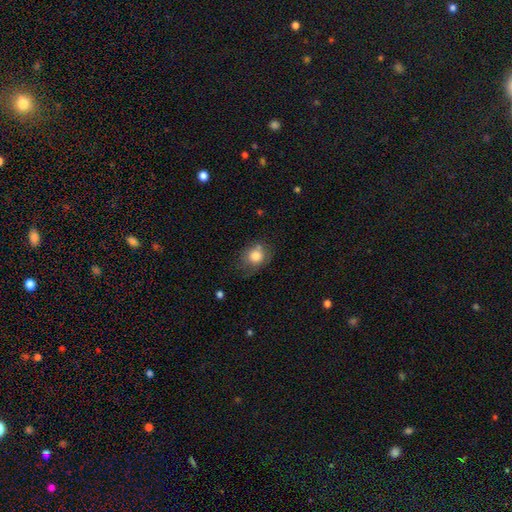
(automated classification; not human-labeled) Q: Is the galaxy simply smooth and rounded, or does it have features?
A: smooth — 80%.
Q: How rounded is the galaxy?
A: round — 63%.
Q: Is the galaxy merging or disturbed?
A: none — 57%.